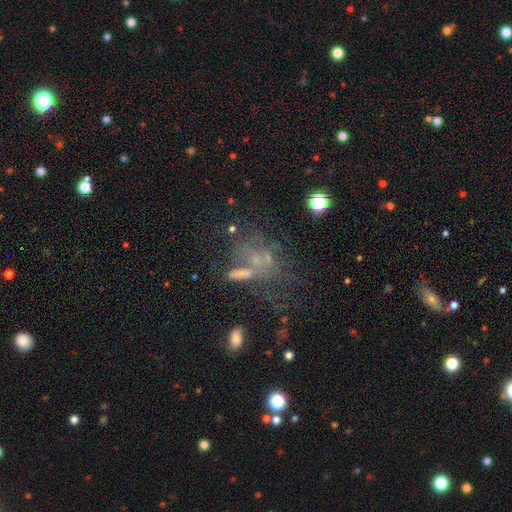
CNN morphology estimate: Overall: featured or disk (41%; star or artifact 33%). Merging: none (33%; major disturbance 29%).